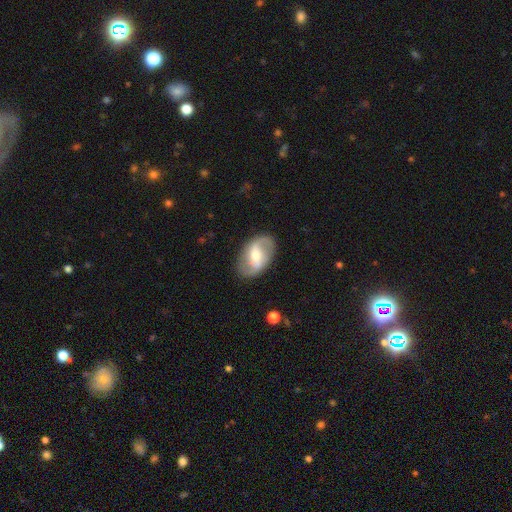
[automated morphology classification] featured or disk 74%, smooth 20%, star or artifact 6%. Down the decision tree: edge-on disk — no (96%); bar — weak (46%); spiral arms — yes (87%); spiral arm count — 2 (89%); spiral winding — loose (47%); bulge size — moderate (57%); merging — none (83%).